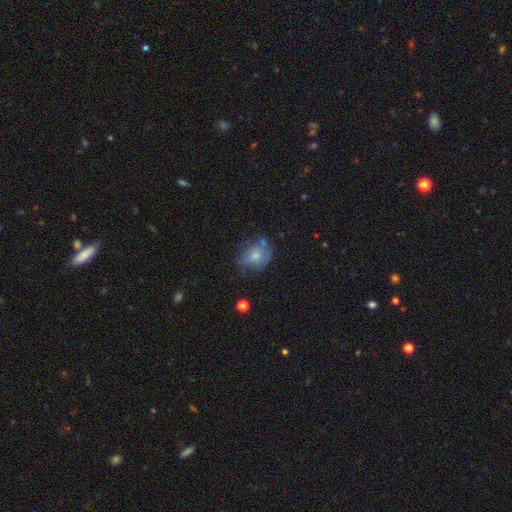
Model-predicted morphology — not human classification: smooth-or-featured: smooth: 62% | featured or disk: 29% | star or artifact: 9%
  how-rounded: round: 65% | in between: 34% | cigar-shaped: 1%
  merging: none: 45% | minor disturbance: 32% | major disturbance: 15% | merger: 9%